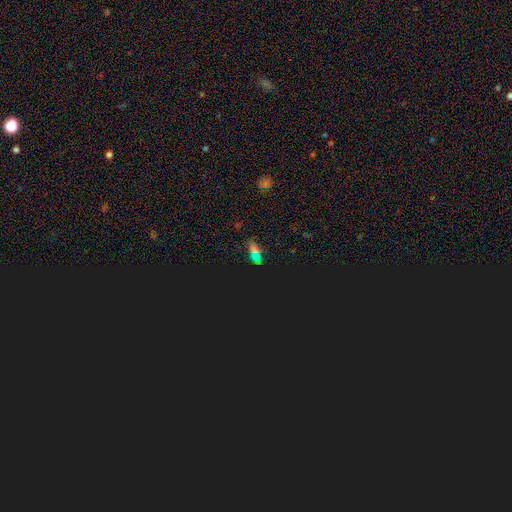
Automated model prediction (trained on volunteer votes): Morphology: type=star or artifact (55%).